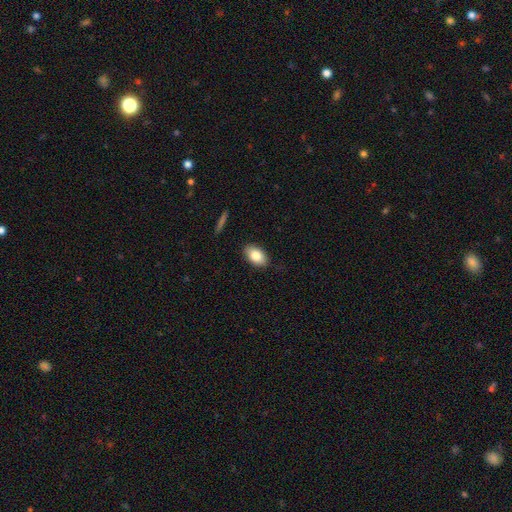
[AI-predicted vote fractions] Overall: smooth (83%). How rounded: in between (92%). Merging: none (87%).